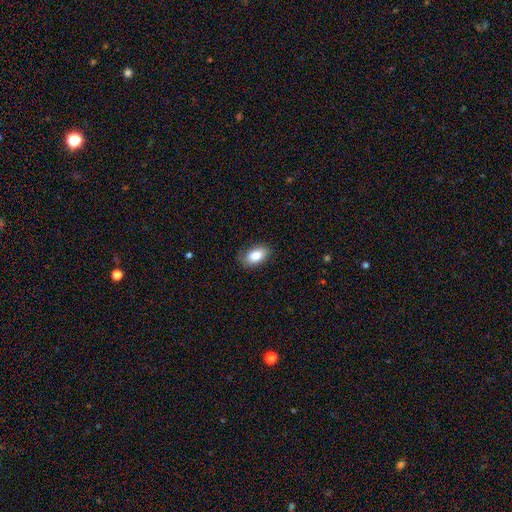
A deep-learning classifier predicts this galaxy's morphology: type=smooth (84%); roundness=in between (91%); merging=none (82%).